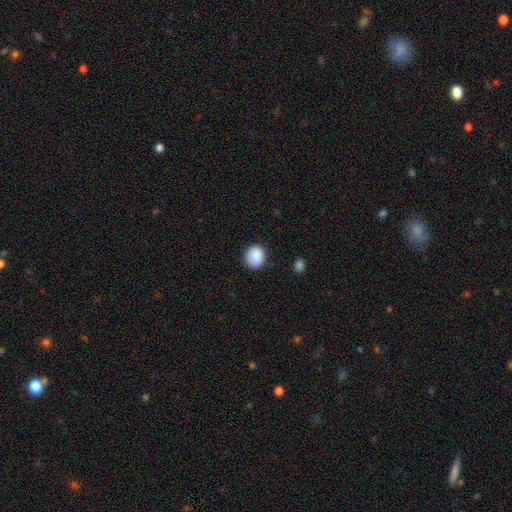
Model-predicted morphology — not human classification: smooth-or-featured: smooth: 88% | star or artifact: 8% | featured or disk: 4%
  how-rounded: round: 62% | in between: 37% | cigar-shaped: 1%
  merging: none: 82% | minor disturbance: 14% | major disturbance: 3% | merger: 1%